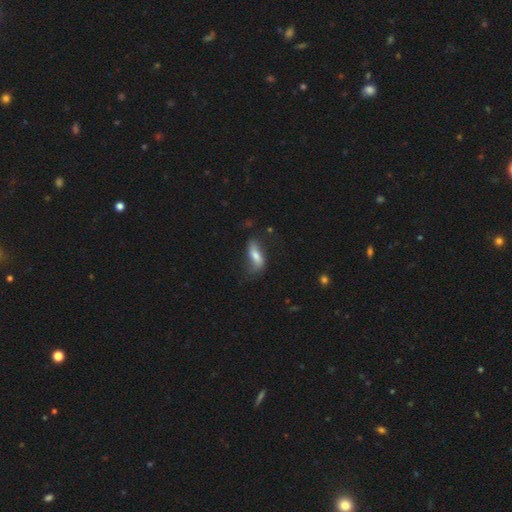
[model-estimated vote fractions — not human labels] smooth_or_featured: smooth (p=0.52) [alt: featured or disk p=0.40]
how_rounded: in between (p=0.65) [alt: cigar-shaped p=0.31]
merging: none (p=0.55) [alt: minor disturbance p=0.28]